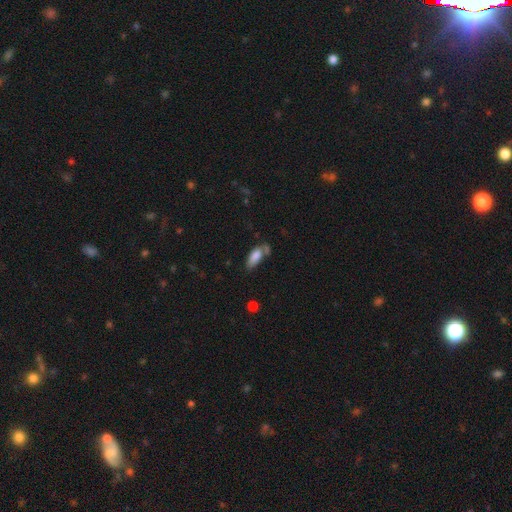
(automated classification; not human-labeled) Smooth or featured: smooth — 82% (featured or disk — 11%)
How rounded: in between — 79% (cigar-shaped — 18%)
Merging: none — 48% (minor disturbance — 24%)